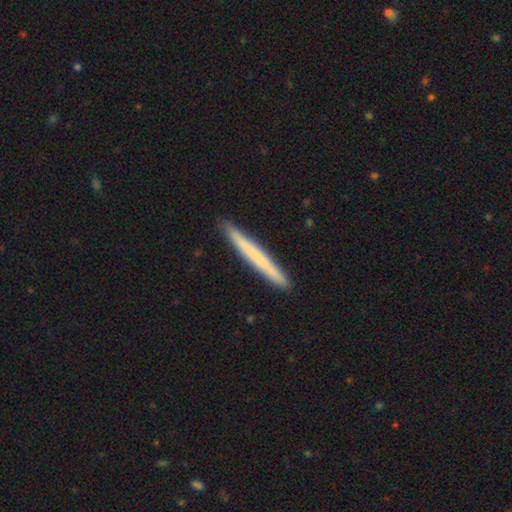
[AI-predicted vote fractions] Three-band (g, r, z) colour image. It shows a smooth galaxy with no disk features (62%) that is cigar-shaped (97%). Merging: none (92%).